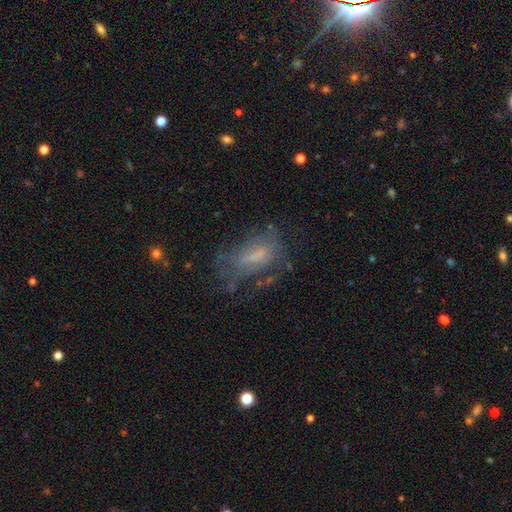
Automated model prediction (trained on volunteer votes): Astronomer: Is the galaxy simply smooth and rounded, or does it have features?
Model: featured or disk — 43% (runner-up: smooth, 42%).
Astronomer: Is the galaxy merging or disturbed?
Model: none — 46% (runner-up: major disturbance, 28%).